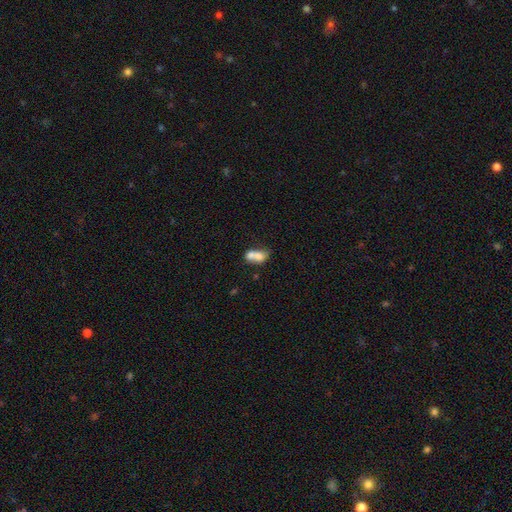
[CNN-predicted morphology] Smooth or featured?
  - smooth: 69% *
  - featured or disk: 21%
  - star or artifact: 9%
How rounded?
  - in between: 67% *
  - round: 30%
  - cigar-shaped: 3%
Merging?
  - merger: 70% *
  - none: 17%
  - minor disturbance: 7%
  - major disturbance: 5%